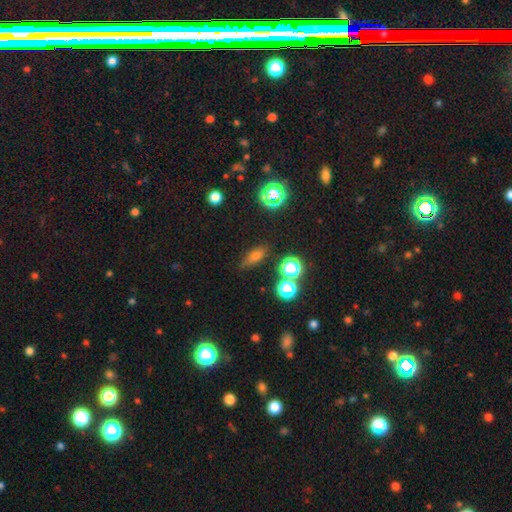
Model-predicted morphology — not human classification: A smooth galaxy with no disk features (65%) that is in between round and cigar-shaped (58%).

Vote fractions:
- Smooth or featured? smooth: 65% / star or artifact: 22% / featured or disk: 13%
- How rounded? in between: 58% / cigar-shaped: 24% / round: 18%
- Merging? none: 74% / minor disturbance: 16% / major disturbance: 5% / merger: 5%